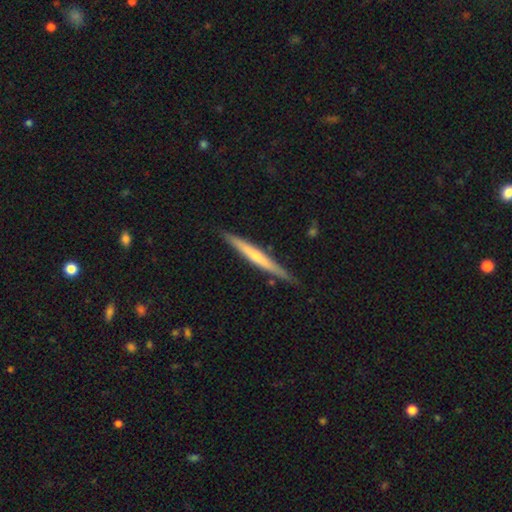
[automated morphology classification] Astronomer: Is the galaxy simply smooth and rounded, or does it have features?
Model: featured or disk — 68%.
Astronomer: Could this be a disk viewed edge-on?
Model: yes — 97%.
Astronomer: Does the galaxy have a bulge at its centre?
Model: rounded — 58% (runner-up: none, 35%).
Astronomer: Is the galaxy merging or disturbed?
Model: none — 88%.